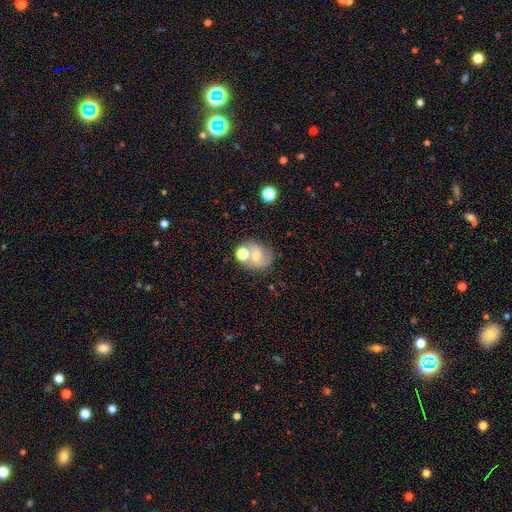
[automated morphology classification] type=smooth (50%); roundness=round (72%); merging=none (48%).